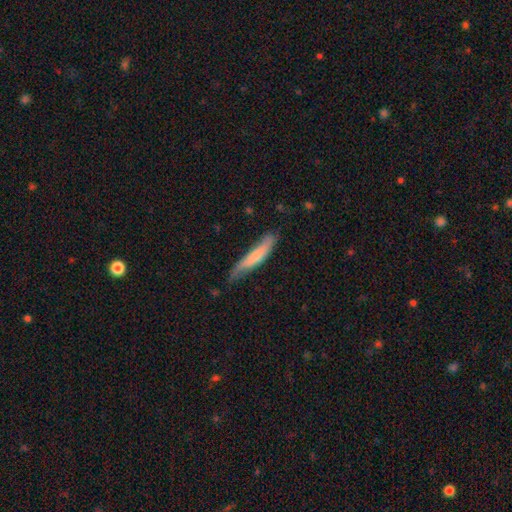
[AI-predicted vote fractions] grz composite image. It shows a smooth galaxy with no disk features (63%) that is cigar-shaped (89%). Merging: none (54%).